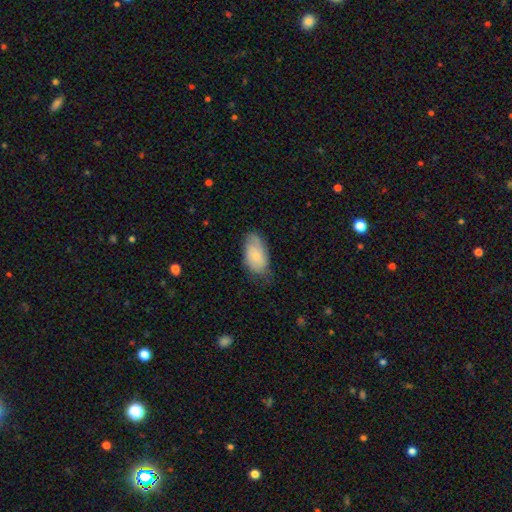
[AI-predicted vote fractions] Smooth or featured: smooth — 61% (featured or disk — 33%)
How rounded: in between — 92% (round — 5%)
Merging: none — 62% (minor disturbance — 29%)